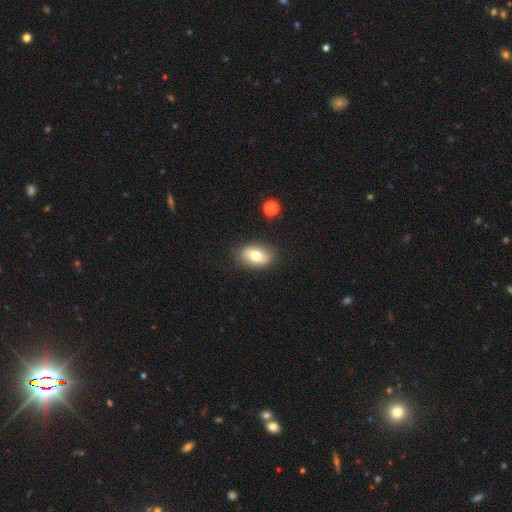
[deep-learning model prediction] smooth_or_featured: smooth (p=0.72) [alt: featured or disk p=0.20]
how_rounded: in between (p=0.86) [alt: round p=0.13]
merging: none (p=0.85) [alt: minor disturbance p=0.11]